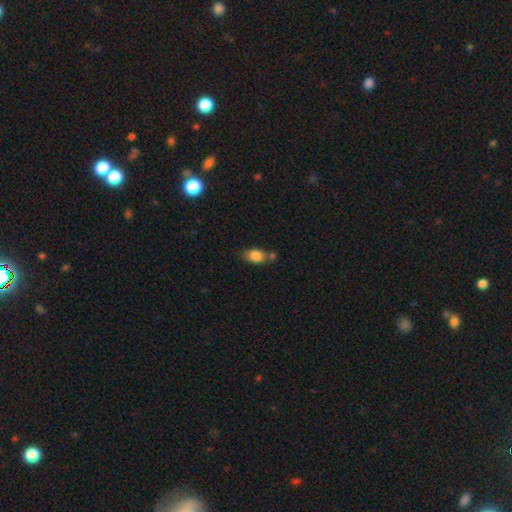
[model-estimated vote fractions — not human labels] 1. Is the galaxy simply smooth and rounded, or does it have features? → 83% smooth, 9% featured or disk, 8% star or artifact.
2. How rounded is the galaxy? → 82% in between, 14% round, 4% cigar-shaped.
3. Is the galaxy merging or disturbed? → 52% none, 23% merger, 19% minor disturbance, 6% major disturbance.